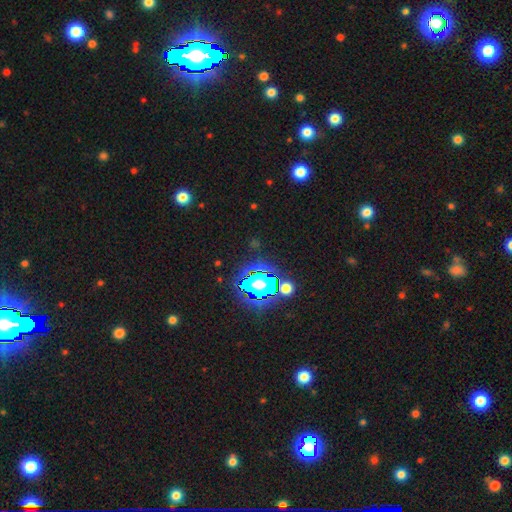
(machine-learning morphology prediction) Overall: star or artifact (81%).